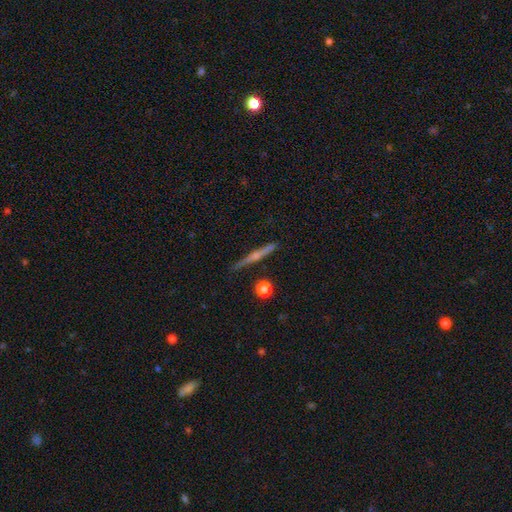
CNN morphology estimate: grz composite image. It shows a featured or disk galaxy (70%) viewed edge-on (98%) with a rounded central bulge (68%). Merging: none (88%).